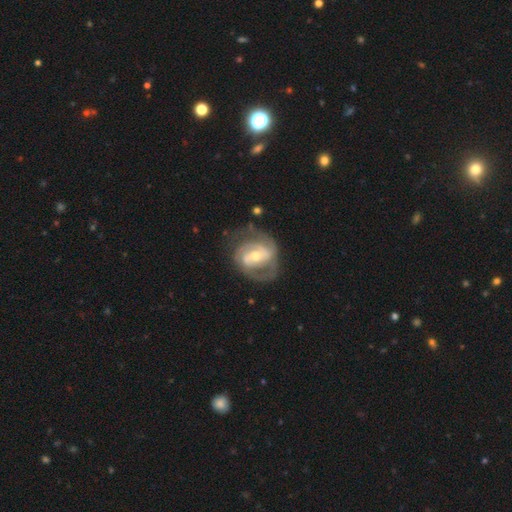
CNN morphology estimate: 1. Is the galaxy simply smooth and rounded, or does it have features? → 83% featured or disk, 12% smooth, 5% star or artifact.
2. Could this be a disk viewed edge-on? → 97% no, 3% yes.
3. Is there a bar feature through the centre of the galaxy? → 42% weak, 31% strong, 27% no.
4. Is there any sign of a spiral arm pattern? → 90% yes, 10% no.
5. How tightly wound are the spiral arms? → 45% medium, 39% tight, 16% loose.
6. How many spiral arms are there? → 70% 2, 14% can't tell, 9% 3, 4% 1, 2% 4, 2% more than 4.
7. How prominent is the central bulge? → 57% moderate, 37% small, 4% large, 1% none, 1% dominant.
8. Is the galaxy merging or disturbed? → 62% none, 21% minor disturbance, 15% major disturbance, 2% merger.